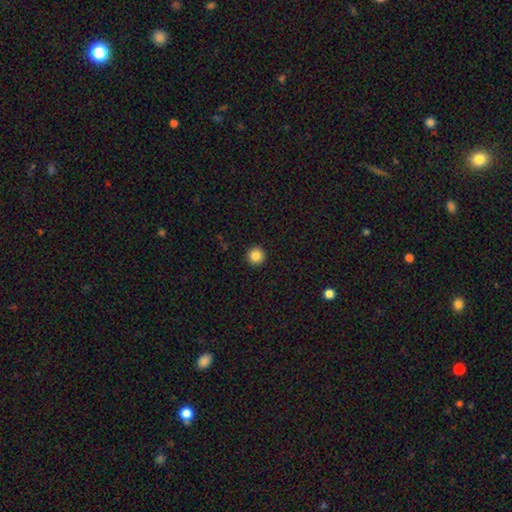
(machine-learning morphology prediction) Overall: smooth (86%). How rounded: round (96%). Merging: none (94%).